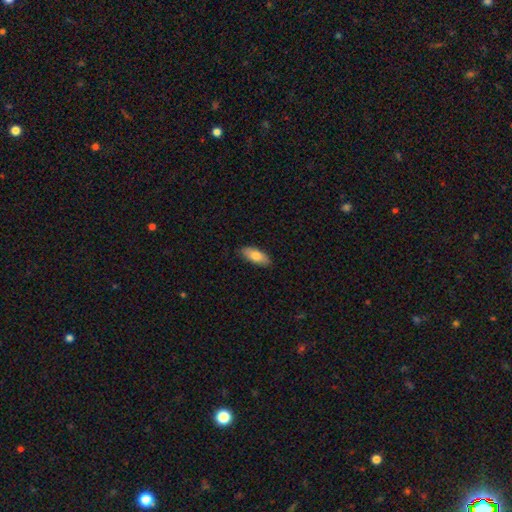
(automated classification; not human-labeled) This is likely a smooth galaxy (80%). How rounded: clearly in between (84%). Merging: clearly none (87%).